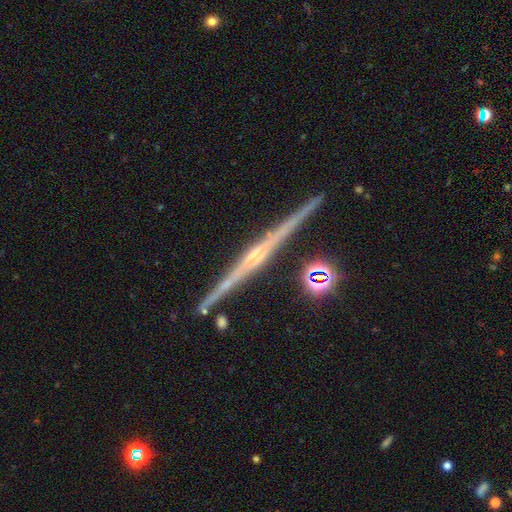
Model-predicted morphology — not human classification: featured or disk 89%, smooth 6%, star or artifact 5%. Down the decision tree: edge-on disk — yes (99%); edge-on bulge — rounded (77%); merging — none (90%).